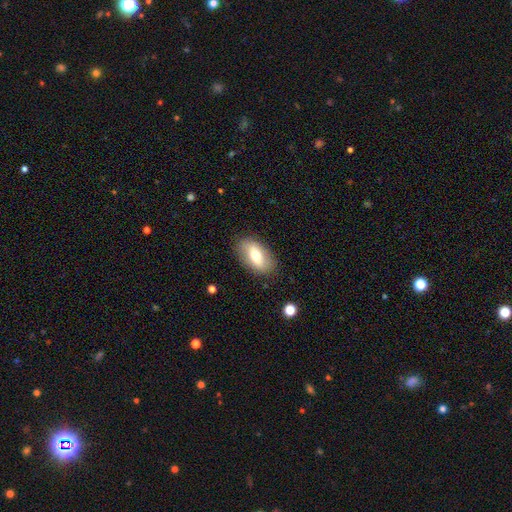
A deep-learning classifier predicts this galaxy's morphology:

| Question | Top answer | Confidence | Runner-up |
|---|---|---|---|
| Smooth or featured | smooth | 65% | featured or disk (28%) |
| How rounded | in between | 91% | round (6%) |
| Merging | none | 84% | minor disturbance (12%) |